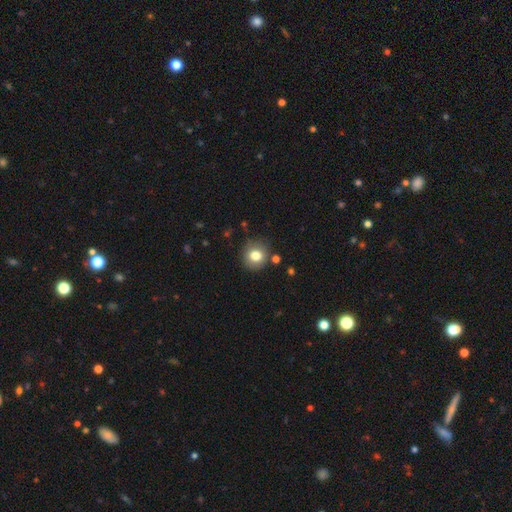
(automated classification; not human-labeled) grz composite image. It shows a smooth galaxy with no disk features (79%) that is round (85%). Merging: none (81%).